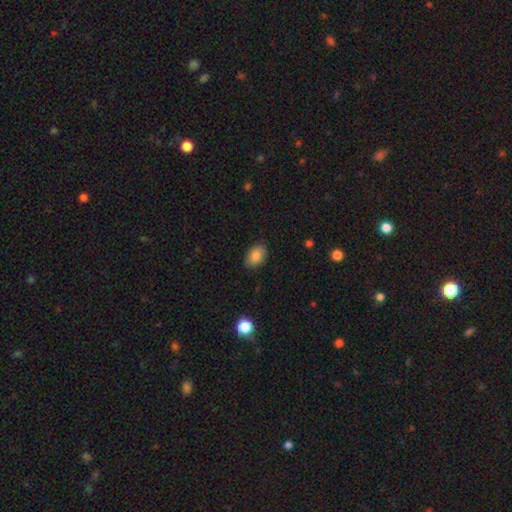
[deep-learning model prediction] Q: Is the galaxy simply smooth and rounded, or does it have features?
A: smooth — 84%.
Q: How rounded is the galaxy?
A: in between — 82%.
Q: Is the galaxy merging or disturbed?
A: none — 84%.